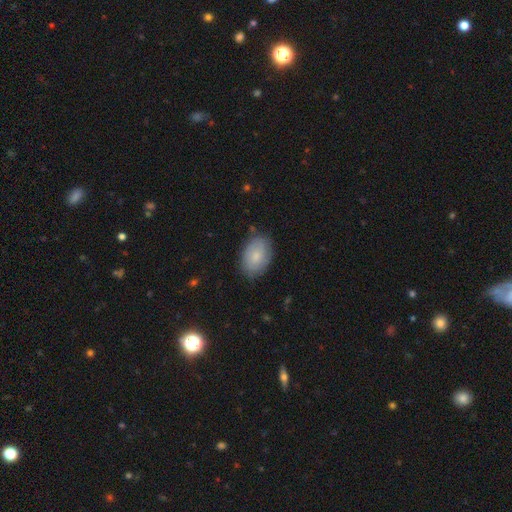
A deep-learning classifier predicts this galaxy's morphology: Smooth or featured? Predicted: smooth (p=0.73). How rounded? Predicted: in between (p=0.89). Merging? Predicted: none (p=0.80).